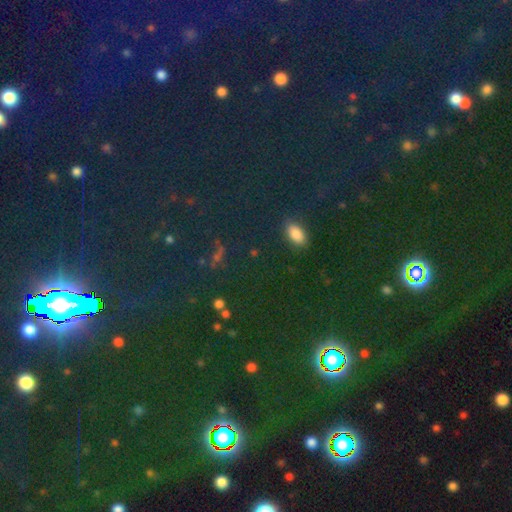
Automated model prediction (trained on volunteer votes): Smooth or featured?
  - star or artifact: 73% *
  - smooth: 19%
  - featured or disk: 8%